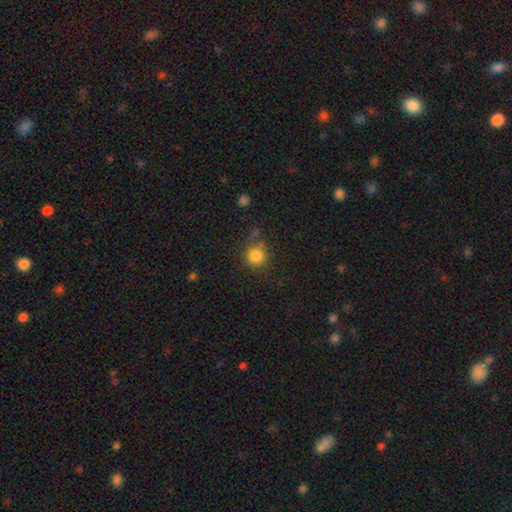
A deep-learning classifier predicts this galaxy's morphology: Smooth or featured? Predicted: smooth (p=0.83). How rounded? Predicted: round (p=0.90). Merging? Predicted: none (p=0.73).